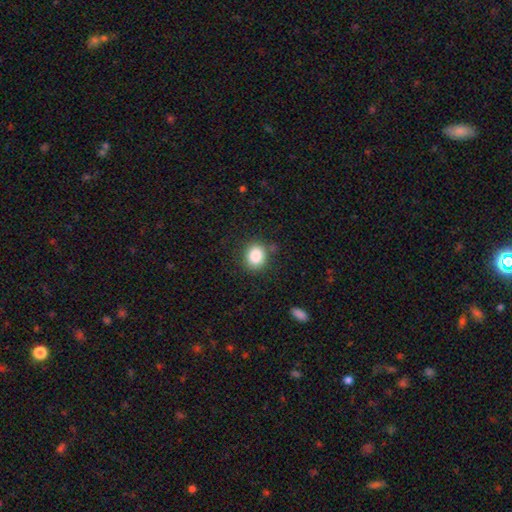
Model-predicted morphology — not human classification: smooth 86%, star or artifact 9%, featured or disk 5%. Down the decision tree: how rounded — round (66%); merging — none (82%).